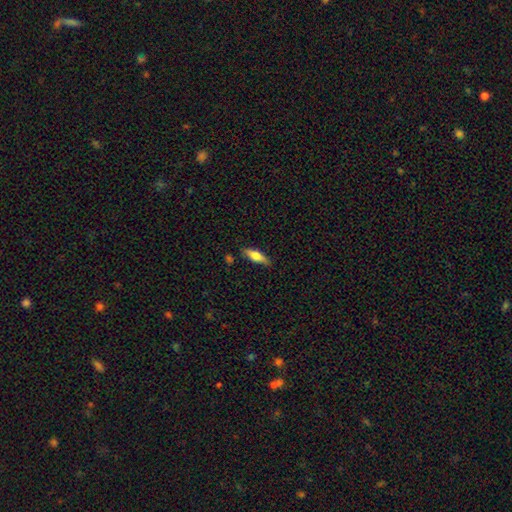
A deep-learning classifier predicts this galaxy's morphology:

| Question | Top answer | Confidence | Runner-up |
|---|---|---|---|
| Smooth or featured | smooth | 61% | featured or disk (32%) |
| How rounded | in between | 49% | tied: cigar-shaped (49%) |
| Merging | none | 82% | minor disturbance (13%) |